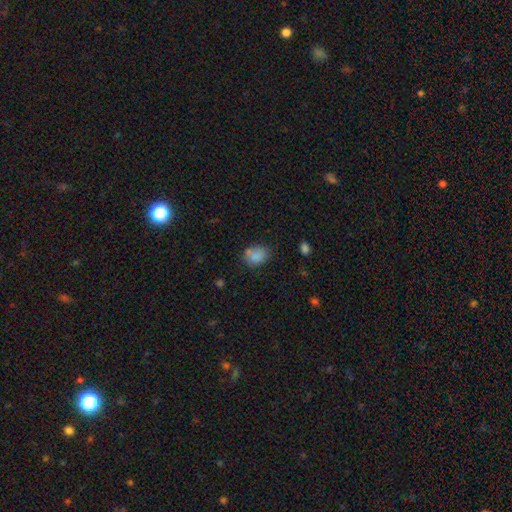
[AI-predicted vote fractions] smooth 83%, star or artifact 10%, featured or disk 6%. Down the decision tree: how rounded — in between (66%); merging — none (64%).